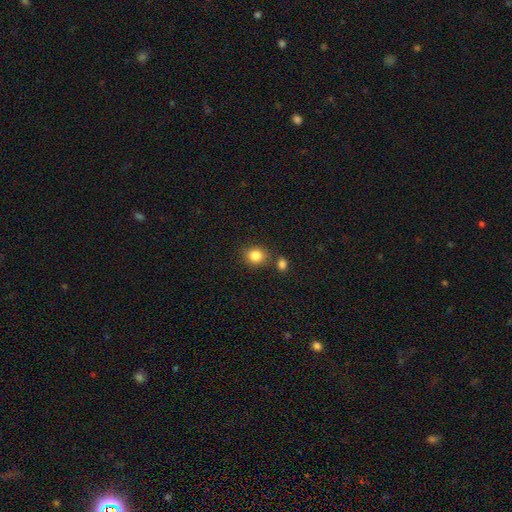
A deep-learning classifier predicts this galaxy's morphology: This appears to be a smooth galaxy with no disk features (84%) that is round (73%). Merging: none (74%).